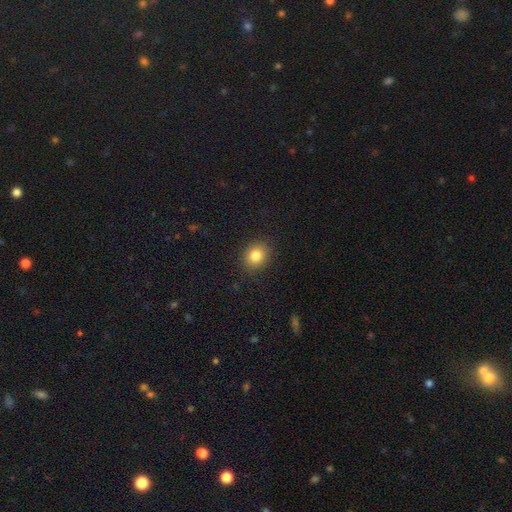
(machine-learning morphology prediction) Smooth or featured? smooth (82%)
How rounded? round (61%)
Merging? none (88%)